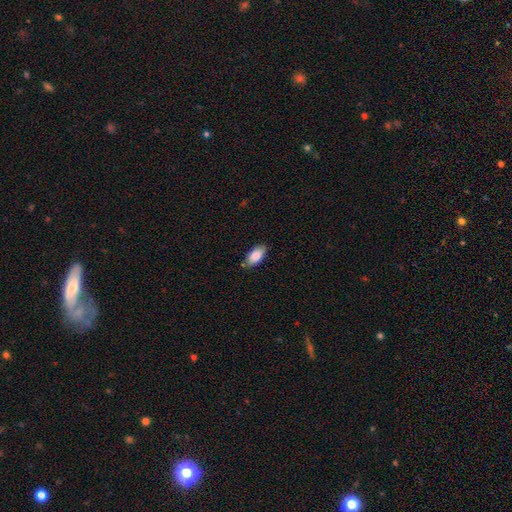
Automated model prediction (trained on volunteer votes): A smooth galaxy with no disk features (85%) that is in between round and cigar-shaped (93%). Merging: none (82%).